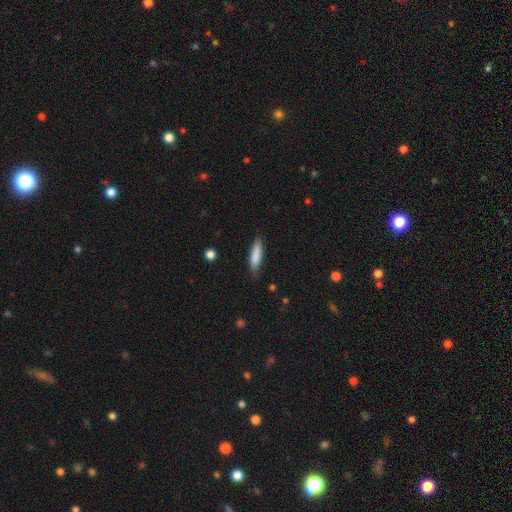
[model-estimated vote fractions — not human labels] Q: Smooth or featured?
A: smooth (83%); runner-up: featured or disk (11%)
Q: How rounded?
A: cigar-shaped (73%); runner-up: in between (25%)
Q: Merging?
A: none (81%); runner-up: minor disturbance (15%)